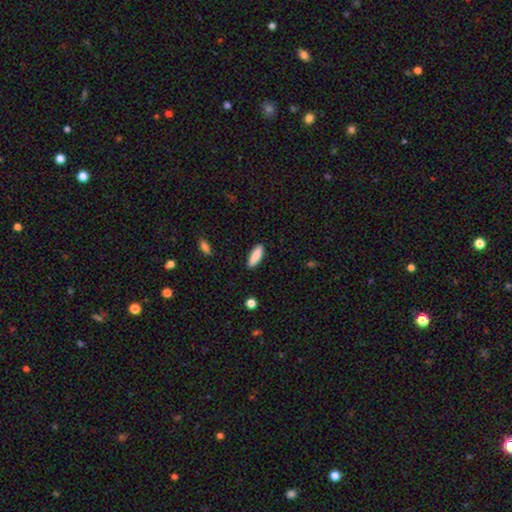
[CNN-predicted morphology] Smooth or featured: smooth — 88% (featured or disk — 6%)
How rounded: in between — 50% (cigar-shaped — 48%)
Merging: none — 89% (minor disturbance — 8%)